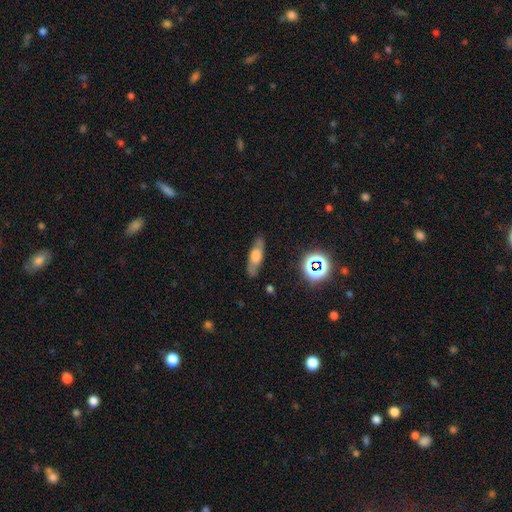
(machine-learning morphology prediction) A featured or disk galaxy (46%).

Vote fractions:
- Smooth or featured? featured or disk: 46% / smooth: 45% / star or artifact: 10%
- Merging? none: 83% / minor disturbance: 12% / major disturbance: 3% / merger: 2%